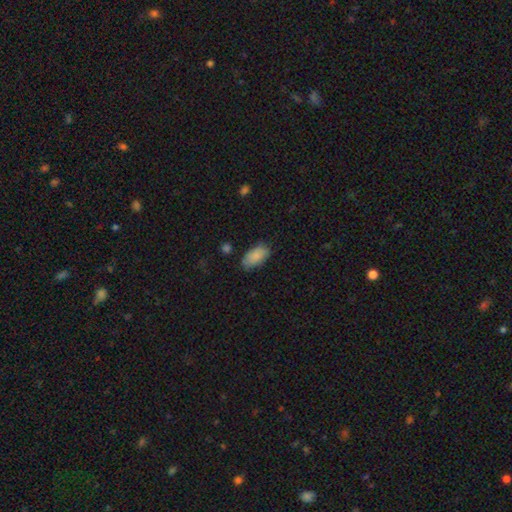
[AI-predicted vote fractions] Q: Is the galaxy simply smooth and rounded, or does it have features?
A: smooth — 87%.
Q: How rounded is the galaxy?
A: in between — 93%.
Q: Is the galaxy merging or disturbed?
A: none — 76%.